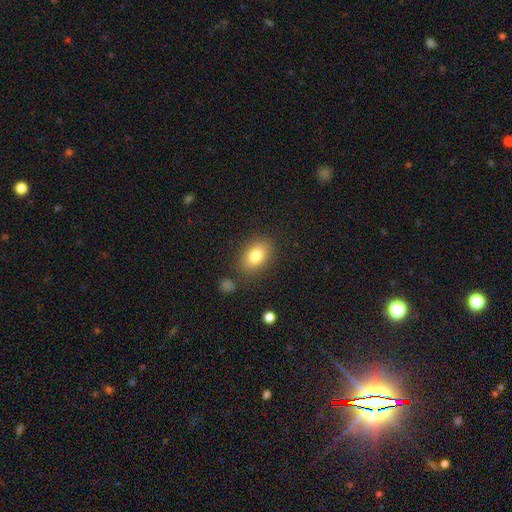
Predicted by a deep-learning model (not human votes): A smooth galaxy with no disk features (81%) that is in between round and cigar-shaped (79%). Merging: none (81%).